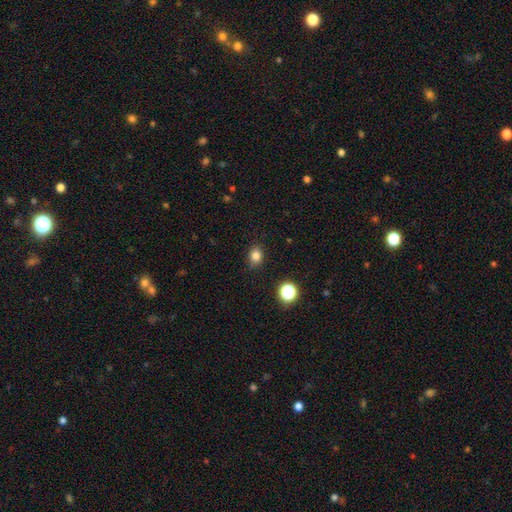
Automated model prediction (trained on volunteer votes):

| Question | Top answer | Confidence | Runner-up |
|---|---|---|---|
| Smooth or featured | smooth | 81% | star or artifact (13%) |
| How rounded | round | 52% | in between (47%) |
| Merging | none | 85% | minor disturbance (11%) |